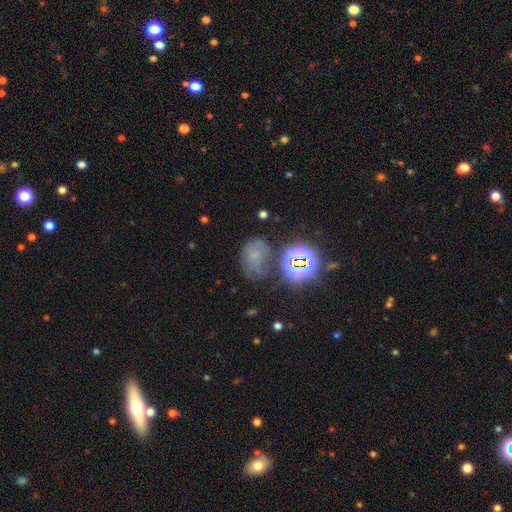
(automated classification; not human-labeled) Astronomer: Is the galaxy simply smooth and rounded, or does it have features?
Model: star or artifact — 41% (runner-up: smooth, 37%).